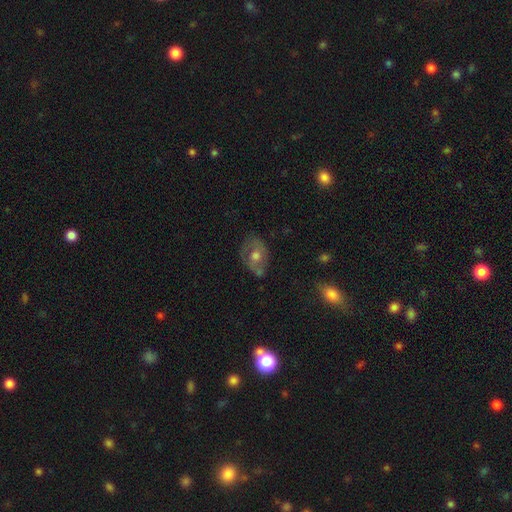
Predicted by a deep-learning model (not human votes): Smooth or featured? featured or disk (51%)
Edge-on disk? no (93%)
Merging? none (58%)